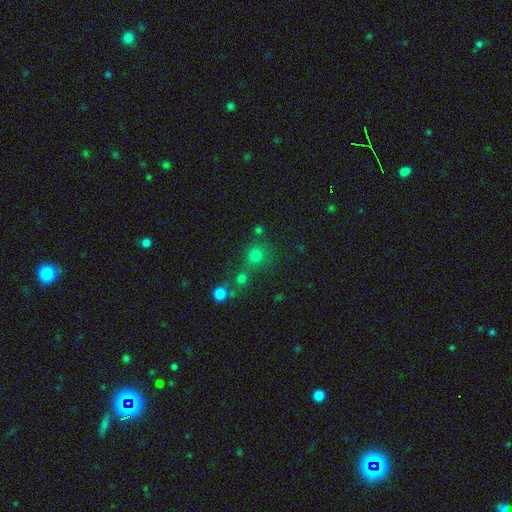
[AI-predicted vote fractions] Smooth or featured? smooth (74%)
How rounded? round (89%)
Merging? none (65%)